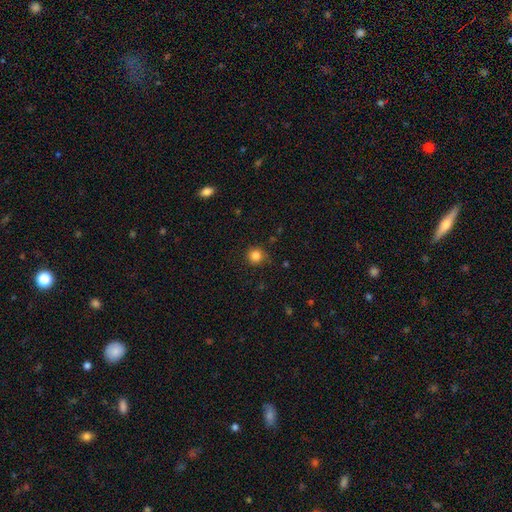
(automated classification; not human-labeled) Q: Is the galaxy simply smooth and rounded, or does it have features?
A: smooth — 84%.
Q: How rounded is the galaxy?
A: round — 94%.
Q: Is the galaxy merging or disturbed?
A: none — 85%.